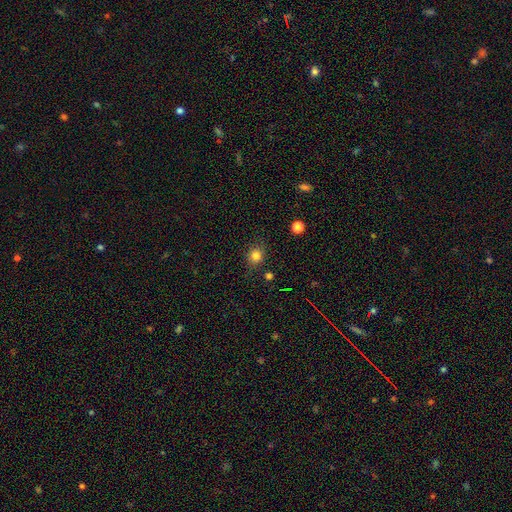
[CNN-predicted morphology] Smooth or featured? smooth (80%)
How rounded? round (74%)
Merging? none (82%)